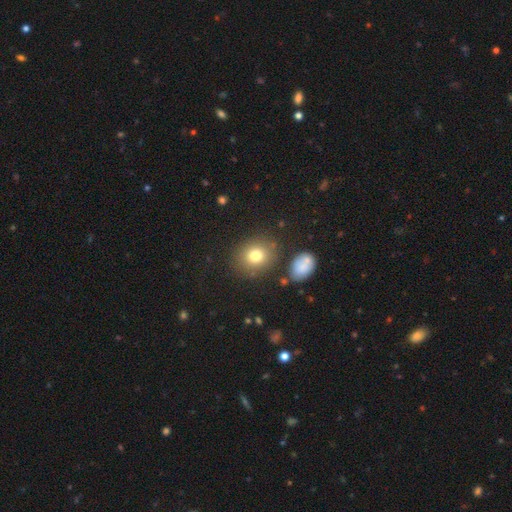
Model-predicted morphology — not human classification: A smooth galaxy with no disk features (78%) that is round (67%).

Vote fractions:
- Smooth or featured? smooth: 78% / star or artifact: 12% / featured or disk: 10%
- How rounded? round: 67% / in between: 32% / cigar-shaped: 1%
- Merging? none: 81% / minor disturbance: 10% / merger: 5% / major disturbance: 4%